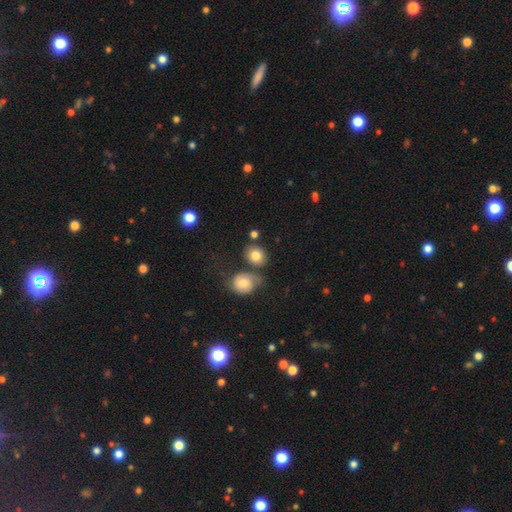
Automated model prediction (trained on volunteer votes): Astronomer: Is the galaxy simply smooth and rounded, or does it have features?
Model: smooth — 79%.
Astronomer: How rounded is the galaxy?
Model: round — 63%.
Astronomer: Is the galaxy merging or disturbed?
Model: none — 59%.